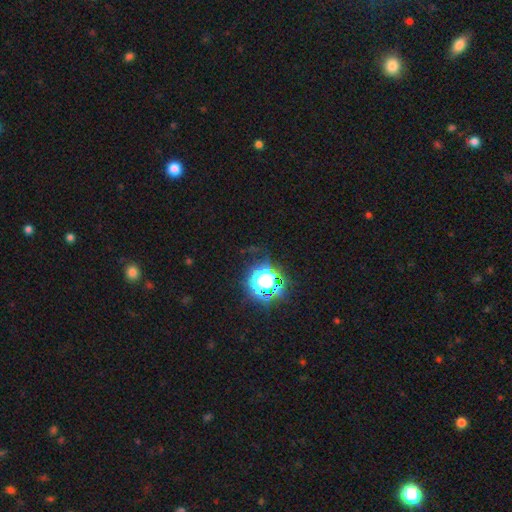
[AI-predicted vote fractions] Smooth or featured? Predicted: star or artifact (p=0.79).